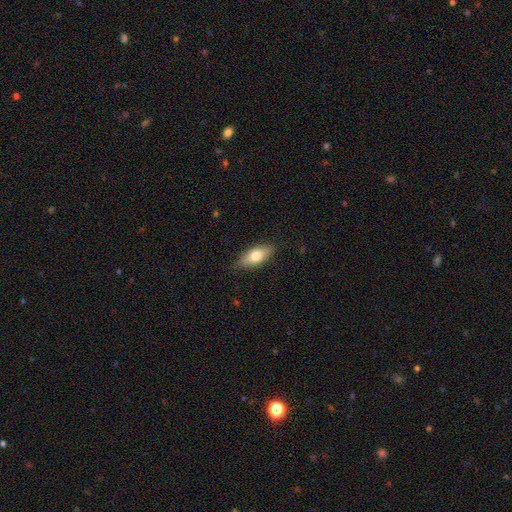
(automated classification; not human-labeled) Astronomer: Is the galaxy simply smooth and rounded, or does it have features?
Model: smooth — 71%.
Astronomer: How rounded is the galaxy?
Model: in between — 76%.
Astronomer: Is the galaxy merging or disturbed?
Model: none — 86%.